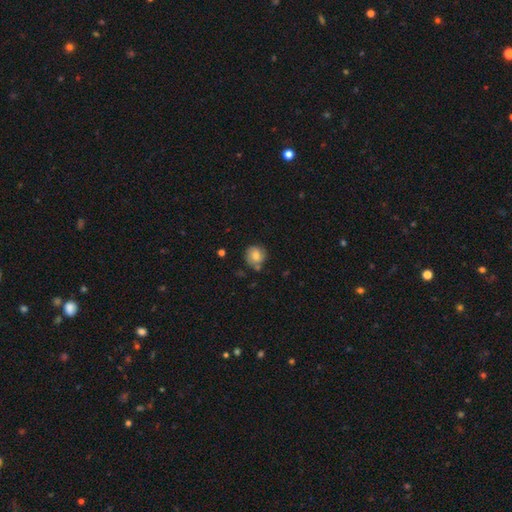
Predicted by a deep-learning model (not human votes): This appears to be a smooth galaxy with no disk features (62%) that is round (85%). Merging: none (67%).